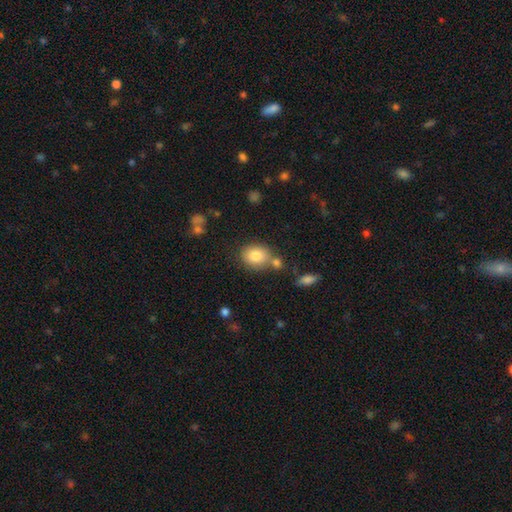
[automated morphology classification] smooth 82%, featured or disk 9%, star or artifact 9%. Down the decision tree: how rounded — round (55%); merging — none (64%).